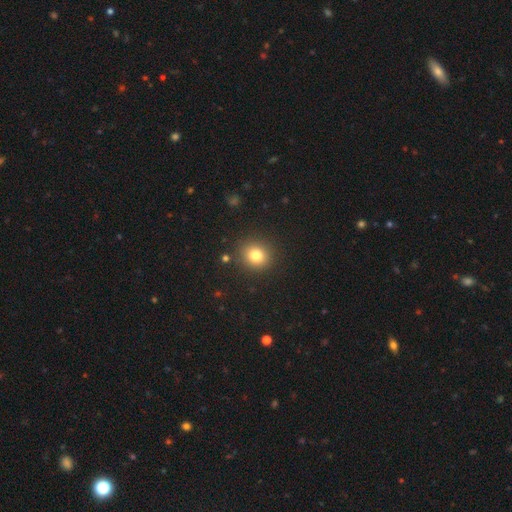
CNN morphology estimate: smooth-or-featured: smooth: 79% | star or artifact: 13% | featured or disk: 7%
  how-rounded: round: 87% | in between: 12% | cigar-shaped: 1%
  merging: none: 89% | minor disturbance: 7% | major disturbance: 2% | merger: 2%